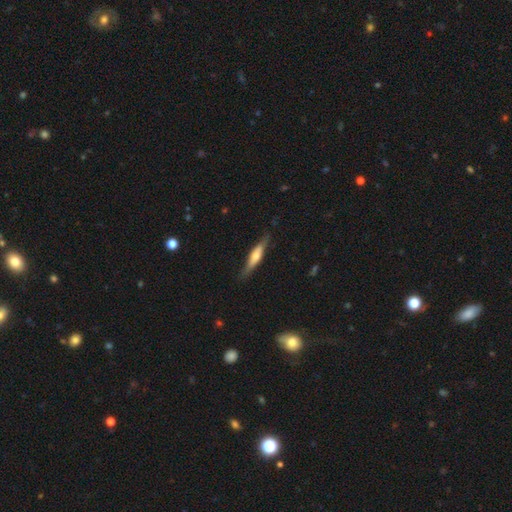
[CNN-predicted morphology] Overall: featured or disk (52%; smooth 43%). Edge-on disk: yes (90%). Merging: none (80%).